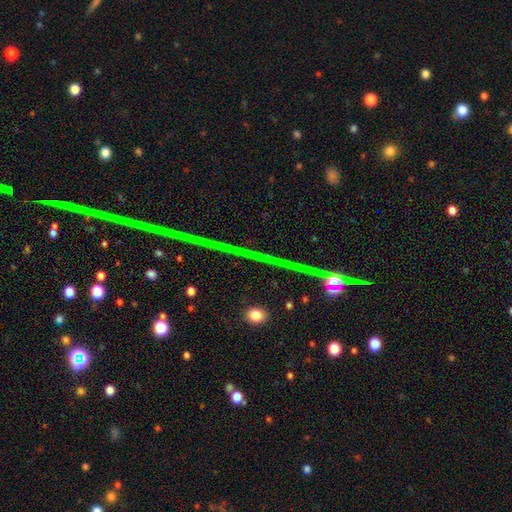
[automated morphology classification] Smooth or featured?
  - star or artifact: 81% *
  - featured or disk: 10%
  - smooth: 9%